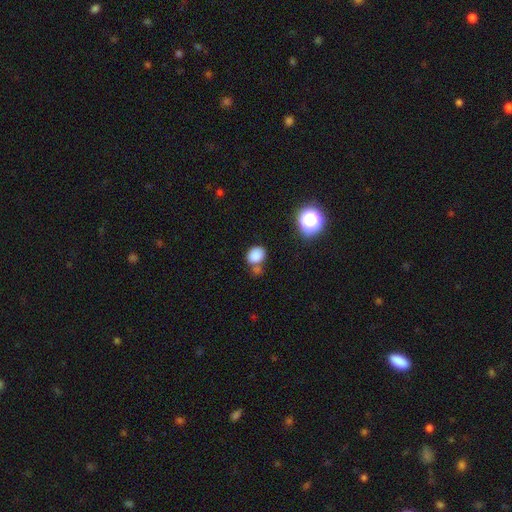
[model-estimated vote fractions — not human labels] Smooth or featured? Predicted: smooth (p=0.83). How rounded? Predicted: round (p=0.57). Merging? Predicted: none (p=0.60).